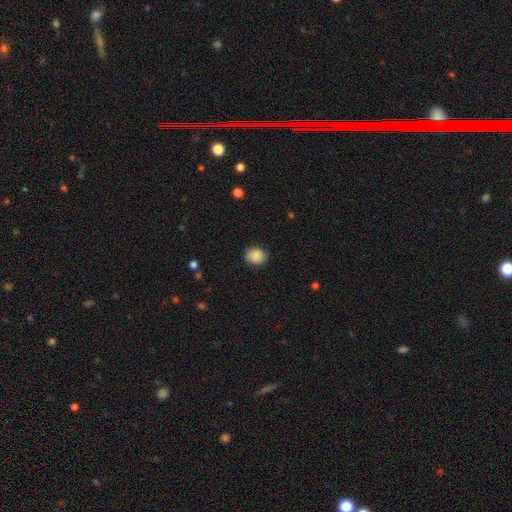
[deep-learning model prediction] smooth_or_featured: smooth (p=0.88) [alt: star or artifact p=0.08]
how_rounded: round (p=0.68) [alt: in between p=0.31]
merging: none (p=0.84) [alt: minor disturbance p=0.12]